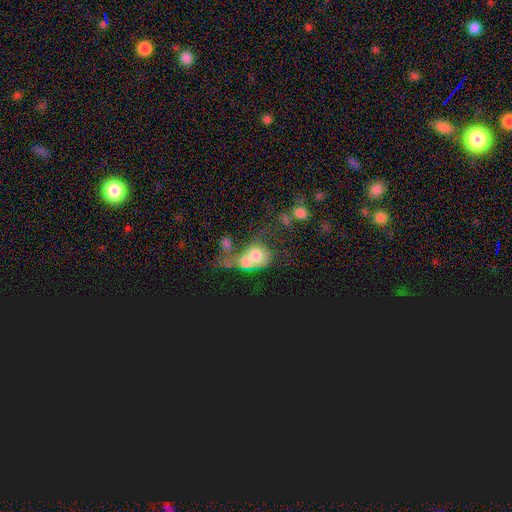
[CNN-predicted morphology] Smooth or featured?
  - smooth: 55% *
  - featured or disk: 30%
  - star or artifact: 16%
How rounded?
  - round: 57% *
  - in between: 41%
  - cigar-shaped: 2%
Merging?
  - merger: 58% *
  - major disturbance: 17%
  - none: 16%
  - minor disturbance: 9%